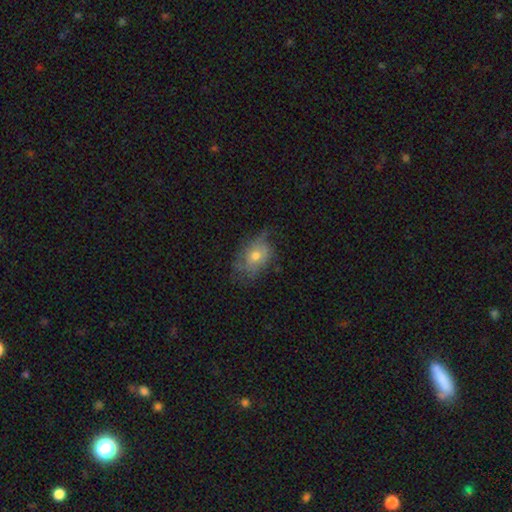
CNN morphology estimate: smooth-or-featured: smooth: 54% | featured or disk: 37% | star or artifact: 10%
  how-rounded: in between: 73% | round: 26% | cigar-shaped: 2%
  merging: none: 53% | minor disturbance: 30% | major disturbance: 16% | merger: 1%